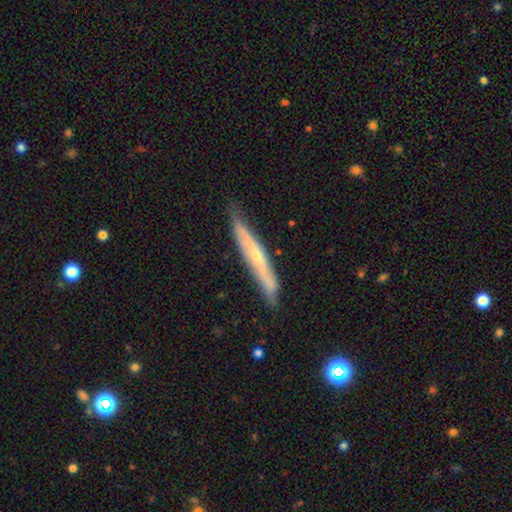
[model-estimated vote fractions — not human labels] featured or disk 59%, smooth 35%, star or artifact 6%. Down the decision tree: edge-on disk — yes (86%); edge-on bulge — rounded (55%); merging — none (77%).